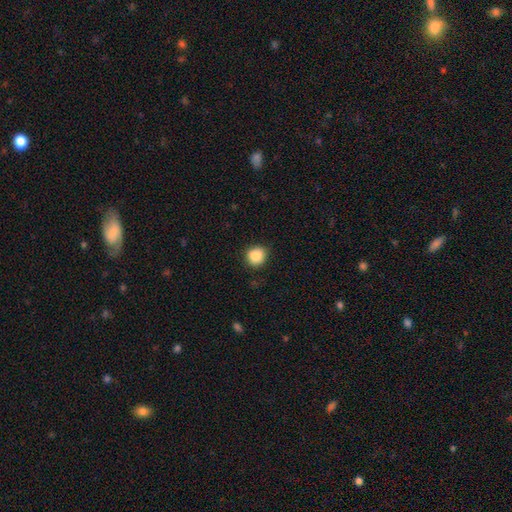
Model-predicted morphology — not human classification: The model was most divided on "how rounded": round: 84%, in between: 15%, cigar-shaped: 1%. More confident: smooth or featured — smooth (88%); merging — none (85%).